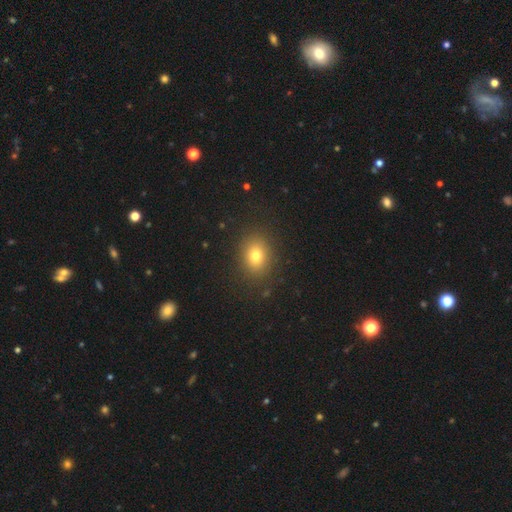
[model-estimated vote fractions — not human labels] A smooth galaxy with no disk features (77%) that is in between round and cigar-shaped (52%). Merging: none (88%).